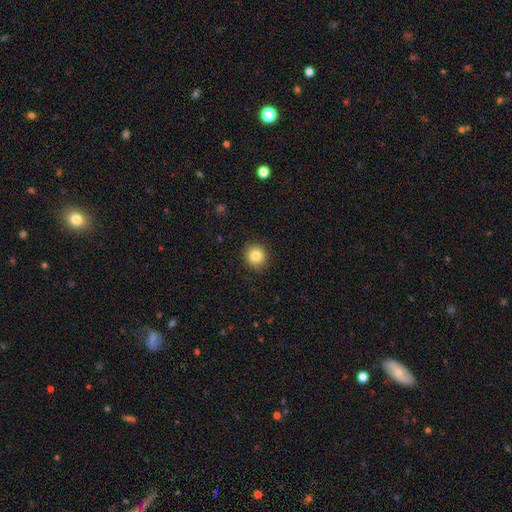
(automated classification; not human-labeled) smooth 84%, star or artifact 10%, featured or disk 6%. Down the decision tree: how rounded — round (89%); merging — none (91%).